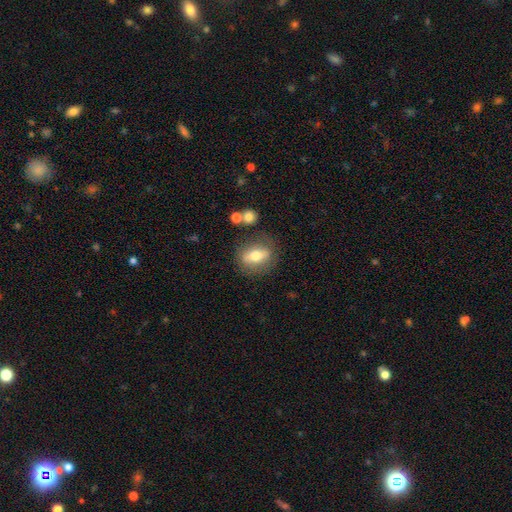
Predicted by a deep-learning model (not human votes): smooth-or-featured: smooth: 60% | featured or disk: 32% | star or artifact: 8%
  how-rounded: in between: 67% | round: 25% | cigar-shaped: 8%
  merging: none: 76% | minor disturbance: 14% | major disturbance: 5% | merger: 5%